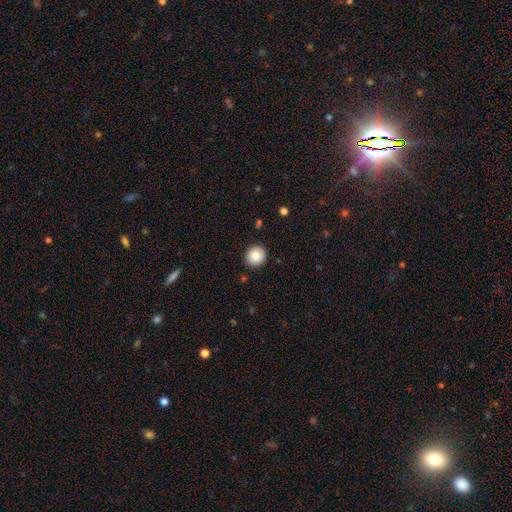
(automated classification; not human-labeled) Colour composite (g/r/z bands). It shows a smooth galaxy with no disk features (83%) that is round (91%). Merging: none (91%).